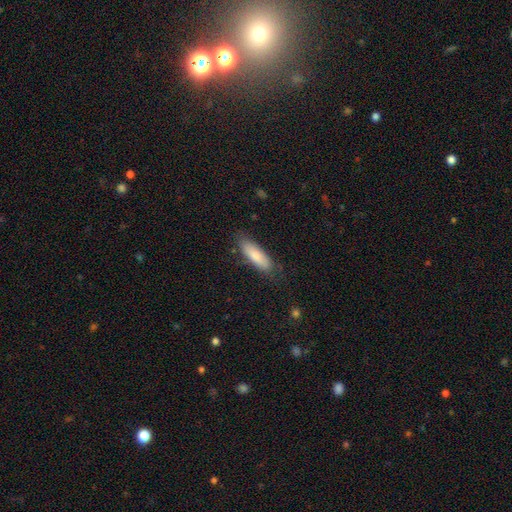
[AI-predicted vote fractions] Overall: smooth (80%). How rounded: in between (53%; cigar-shaped 45%). Merging: none (77%).